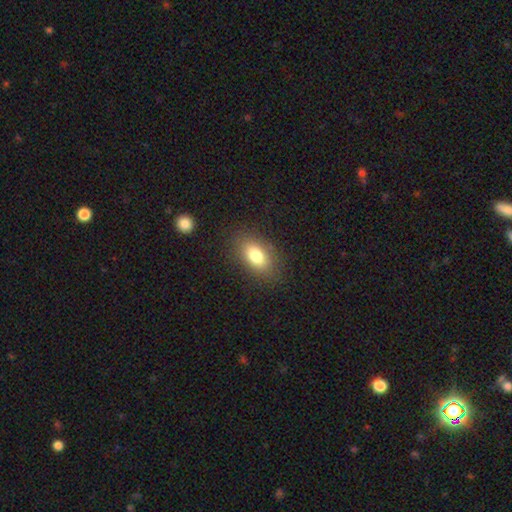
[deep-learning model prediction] Smooth or featured?
  - smooth: 79% *
  - featured or disk: 12%
  - star or artifact: 9%
How rounded?
  - in between: 89% *
  - round: 8%
  - cigar-shaped: 4%
Merging?
  - none: 84% *
  - minor disturbance: 10%
  - major disturbance: 4%
  - merger: 1%